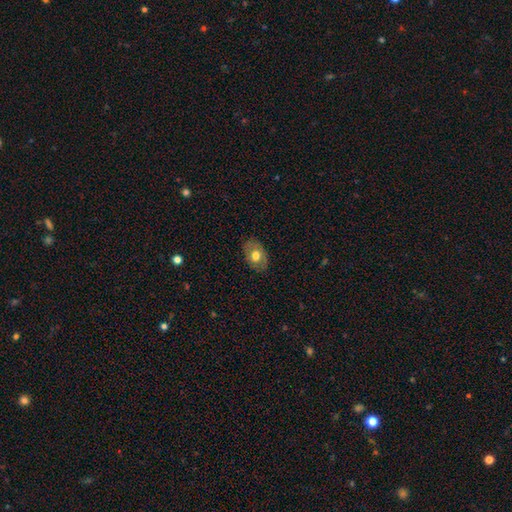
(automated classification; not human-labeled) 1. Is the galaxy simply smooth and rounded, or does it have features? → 60% smooth, 33% featured or disk, 7% star or artifact.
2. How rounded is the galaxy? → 78% in between, 21% round, 1% cigar-shaped.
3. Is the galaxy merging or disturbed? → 80% none, 15% minor disturbance, 4% major disturbance, 1% merger.